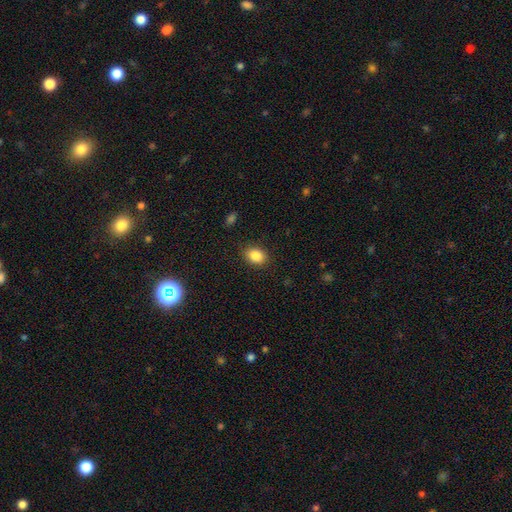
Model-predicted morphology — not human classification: smooth_or_featured: smooth (p=0.86) [alt: star or artifact p=0.09]
how_rounded: in between (p=0.63) [alt: round p=0.36]
merging: none (p=0.86) [alt: minor disturbance p=0.10]